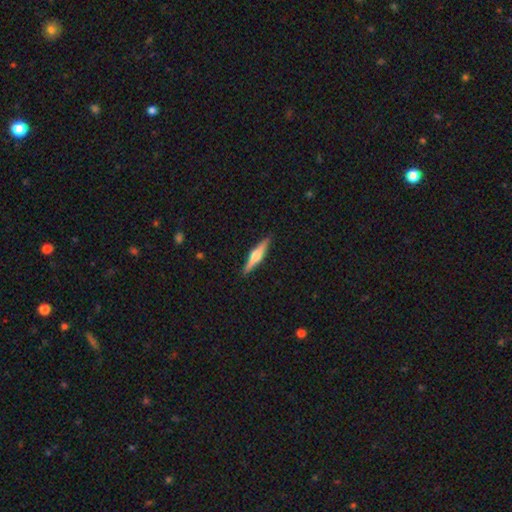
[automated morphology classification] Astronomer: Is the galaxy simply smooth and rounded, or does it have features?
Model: featured or disk — 64%.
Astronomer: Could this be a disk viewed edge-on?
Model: yes — 98%.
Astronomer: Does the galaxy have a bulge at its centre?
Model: rounded — 89%.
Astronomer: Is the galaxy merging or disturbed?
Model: none — 91%.